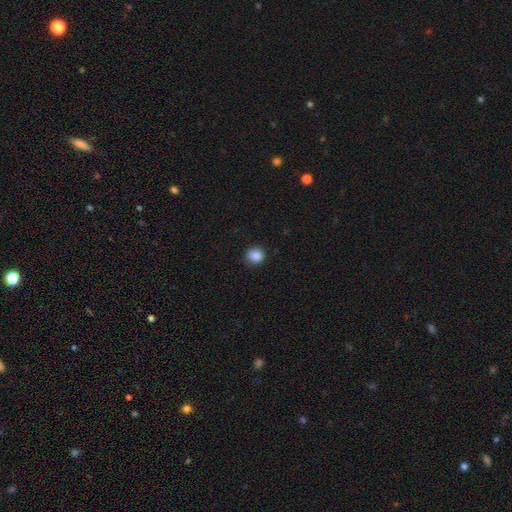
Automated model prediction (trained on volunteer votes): Smooth or featured? smooth (87%)
How rounded? round (84%)
Merging? none (86%)